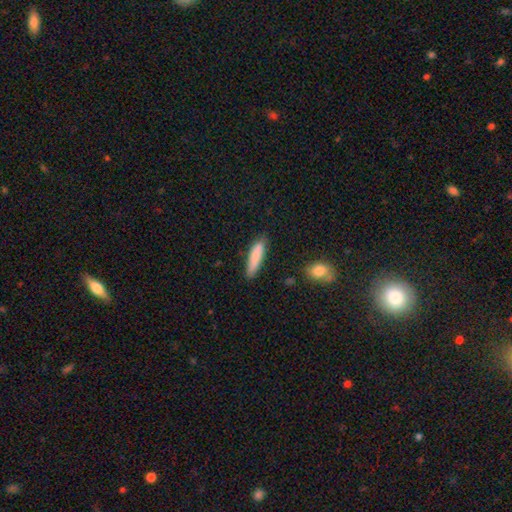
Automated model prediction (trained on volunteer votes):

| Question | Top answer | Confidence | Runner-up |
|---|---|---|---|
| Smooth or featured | smooth | 82% | featured or disk (12%) |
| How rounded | cigar-shaped | 76% | in between (22%) |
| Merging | none | 80% | minor disturbance (15%) |